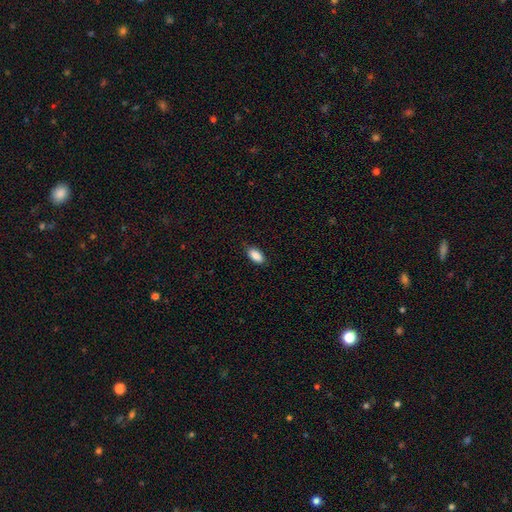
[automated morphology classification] Smooth or featured? smooth (90%)
How rounded? in between (92%)
Merging? none (84%)